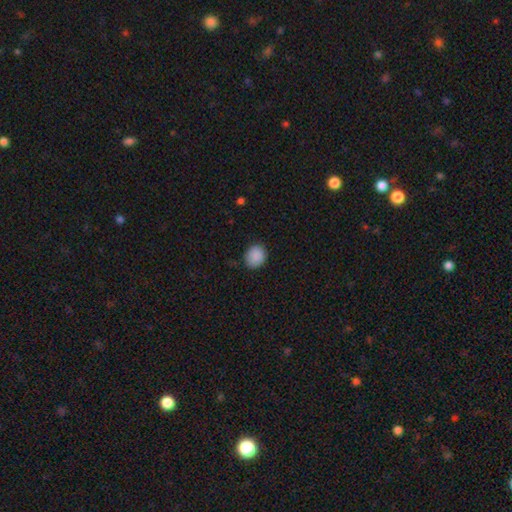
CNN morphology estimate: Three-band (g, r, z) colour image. It shows a smooth galaxy with no disk features (89%) that is round (71%). Merging: none (84%).